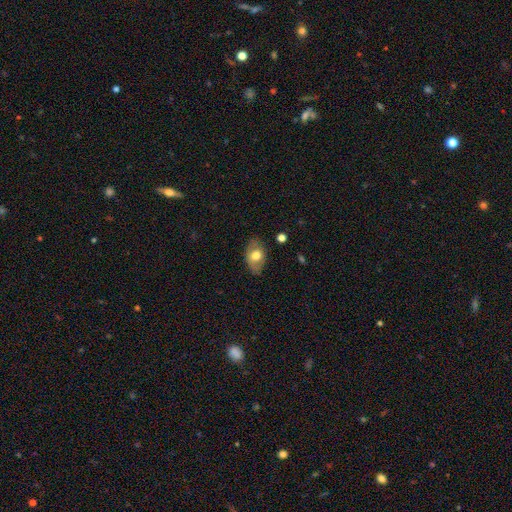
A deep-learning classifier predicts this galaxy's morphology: smooth 67%, featured or disk 26%, star or artifact 7%. Down the decision tree: how rounded — in between (87%); merging — none (75%).